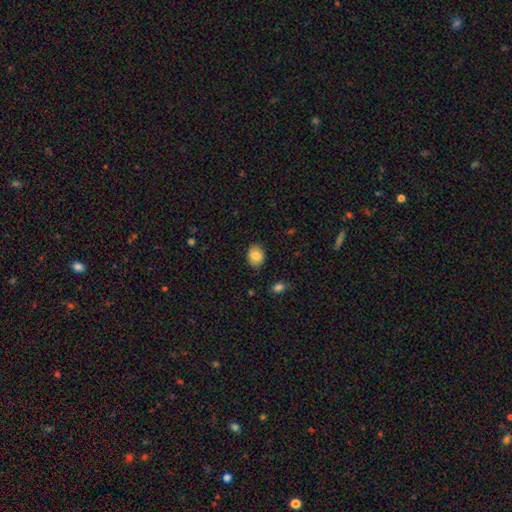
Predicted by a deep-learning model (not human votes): A smooth galaxy with no disk features (82%) that is in between round and cigar-shaped (59%). Merging: none (83%).